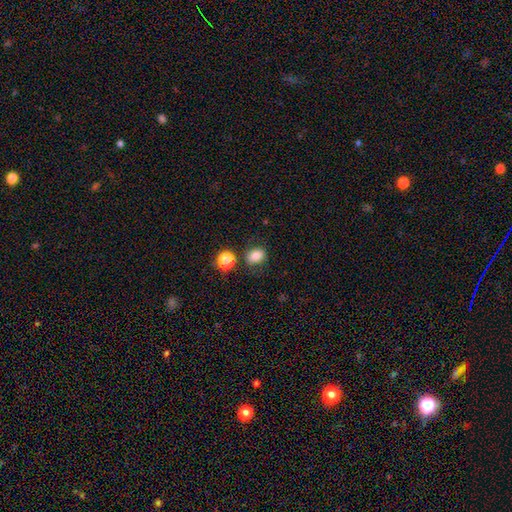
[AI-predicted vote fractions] Smooth or featured: smooth — 82% (star or artifact — 11%)
How rounded: in between — 61% (round — 38%)
Merging: none — 77% (minor disturbance — 12%)